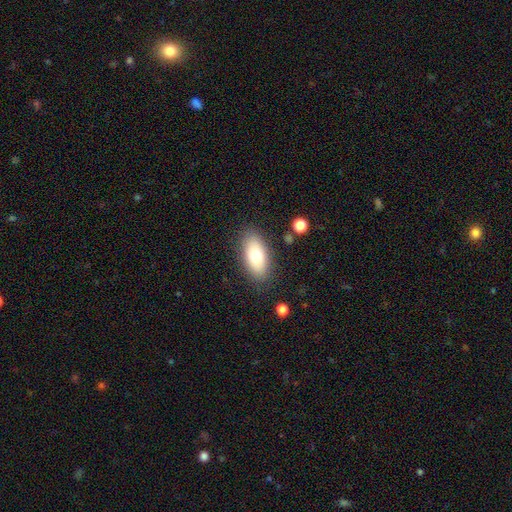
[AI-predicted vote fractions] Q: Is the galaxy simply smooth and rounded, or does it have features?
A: smooth — 73%.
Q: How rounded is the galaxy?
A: in between — 90%.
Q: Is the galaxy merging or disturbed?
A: none — 84%.